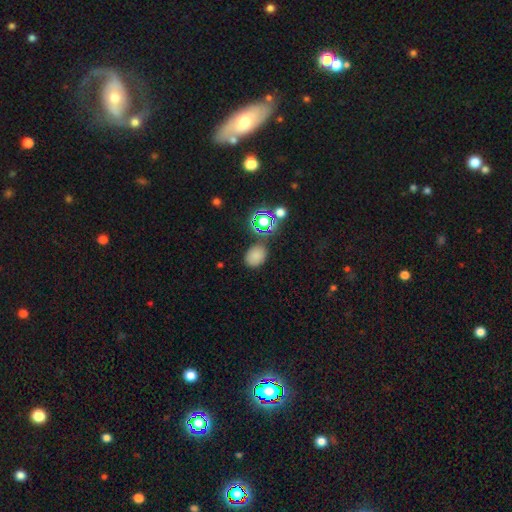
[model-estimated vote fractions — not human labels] A smooth galaxy with no disk features (73%) that is in between round and cigar-shaped (59%). Merging: none (74%).